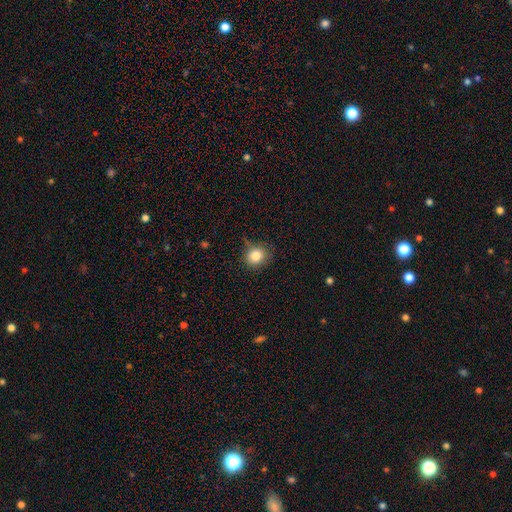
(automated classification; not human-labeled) Smooth or featured?
  - smooth: 83% *
  - star or artifact: 11%
  - featured or disk: 6%
How rounded?
  - round: 79% *
  - in between: 20%
  - cigar-shaped: 1%
Merging?
  - none: 74% *
  - minor disturbance: 19%
  - major disturbance: 4%
  - merger: 2%